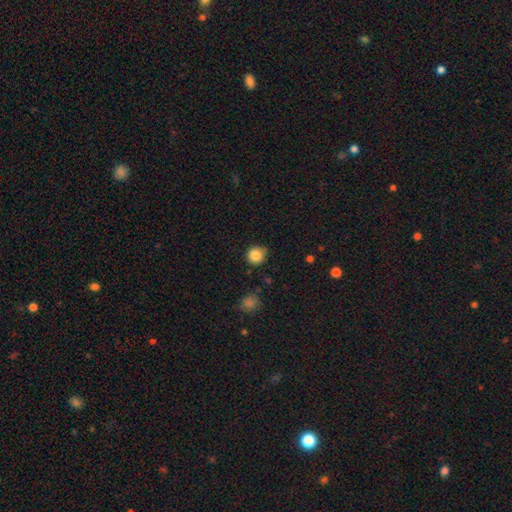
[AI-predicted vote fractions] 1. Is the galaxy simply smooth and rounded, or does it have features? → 84% smooth, 11% star or artifact, 5% featured or disk.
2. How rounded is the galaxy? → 91% round, 8% in between, 1% cigar-shaped.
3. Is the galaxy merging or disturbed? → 78% none, 17% minor disturbance, 3% major disturbance, 2% merger.